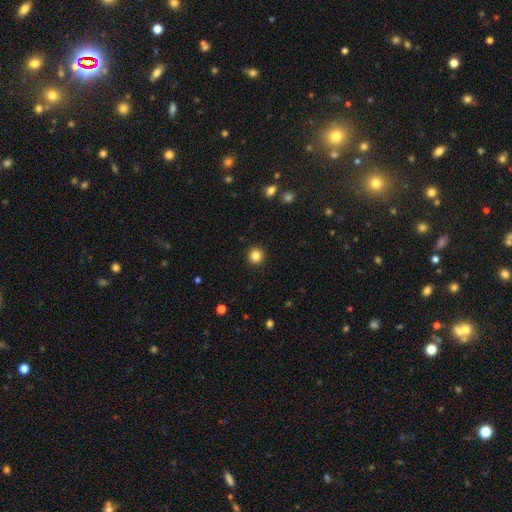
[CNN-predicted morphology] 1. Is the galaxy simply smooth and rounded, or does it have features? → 85% smooth, 11% star or artifact, 4% featured or disk.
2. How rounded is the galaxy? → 94% round, 5% in between, 1% cigar-shaped.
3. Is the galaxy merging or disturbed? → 93% none, 5% minor disturbance, 2% major disturbance, 1% merger.